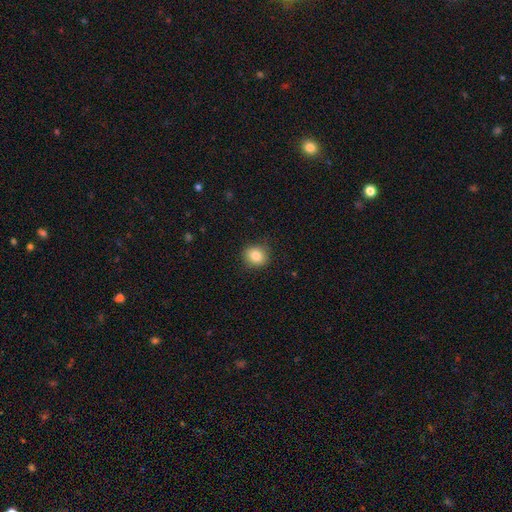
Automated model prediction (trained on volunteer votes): Smooth or featured? Predicted: smooth (p=0.83). How rounded? Predicted: round (p=0.80). Merging? Predicted: none (p=0.87).